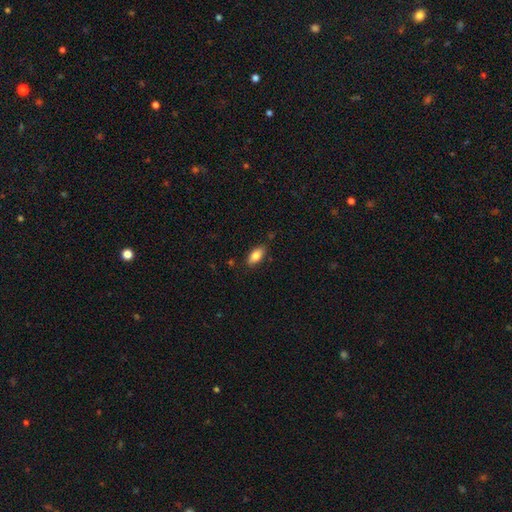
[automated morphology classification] Smooth or featured? Predicted: smooth (p=0.81). How rounded? Predicted: in between (p=0.88). Merging? Predicted: none (p=0.83).